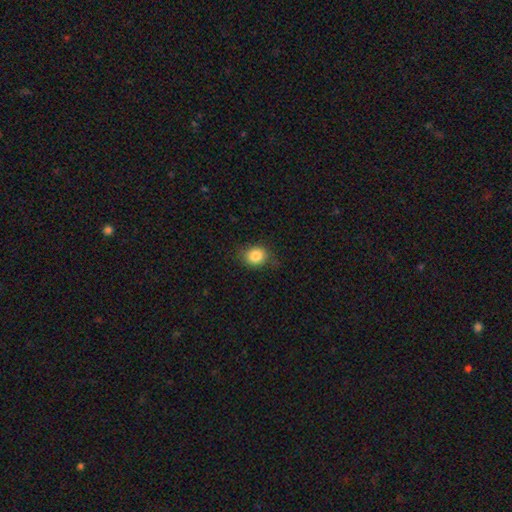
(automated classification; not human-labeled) Smooth or featured?
  - smooth: 84% *
  - star or artifact: 9%
  - featured or disk: 6%
How rounded?
  - round: 62% *
  - in between: 37%
  - cigar-shaped: 1%
Merging?
  - none: 76% *
  - minor disturbance: 18%
  - major disturbance: 5%
  - merger: 1%